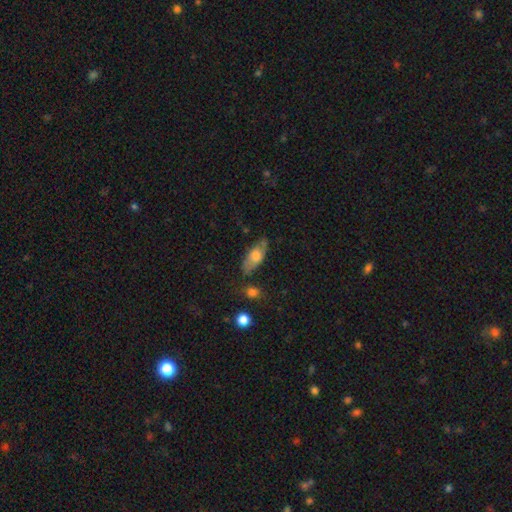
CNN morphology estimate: This appears to be a smooth galaxy with no disk features (63%) that is in between round and cigar-shaped (80%). Merging: none (65%).